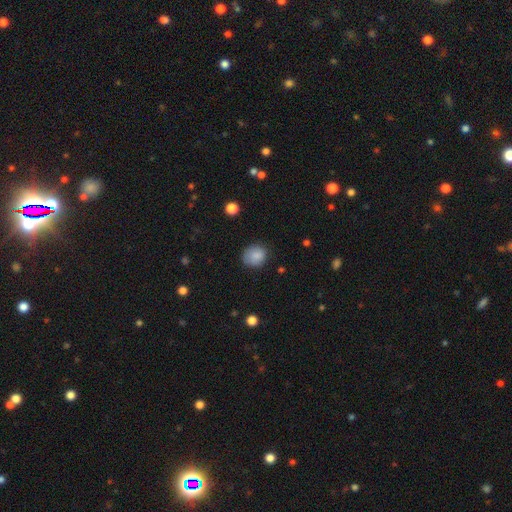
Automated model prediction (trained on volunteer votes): Q: Smooth or featured?
A: smooth (86%); runner-up: star or artifact (8%)
Q: How rounded?
A: round (75%); runner-up: in between (24%)
Q: Merging?
A: none (77%); runner-up: minor disturbance (18%)